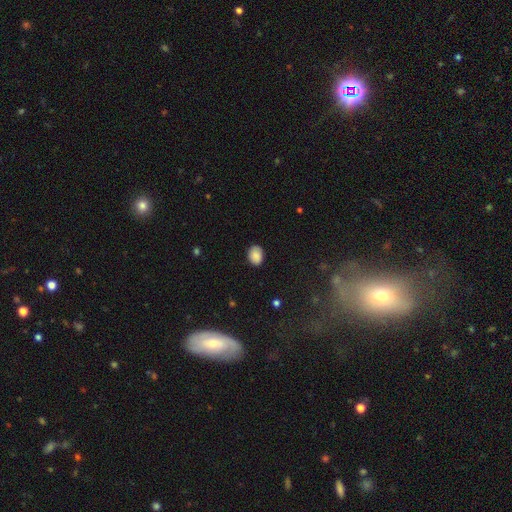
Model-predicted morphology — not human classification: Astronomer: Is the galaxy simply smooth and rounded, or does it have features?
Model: smooth — 87%.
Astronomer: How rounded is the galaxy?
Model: in between — 70%.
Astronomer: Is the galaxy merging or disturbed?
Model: none — 86%.